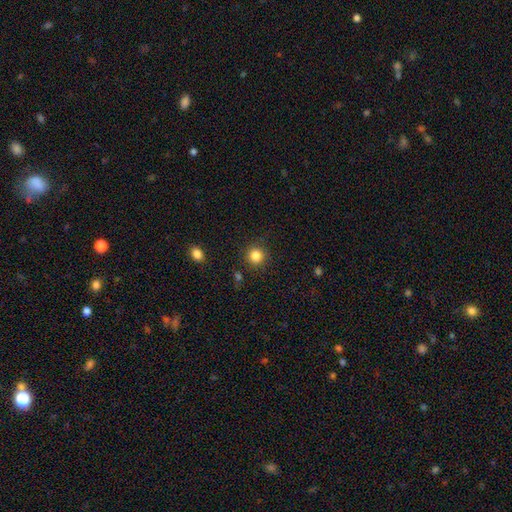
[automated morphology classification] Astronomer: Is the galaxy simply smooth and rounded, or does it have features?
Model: smooth — 84%.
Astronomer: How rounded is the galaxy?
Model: round — 92%.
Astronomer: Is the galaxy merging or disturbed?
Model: none — 87%.